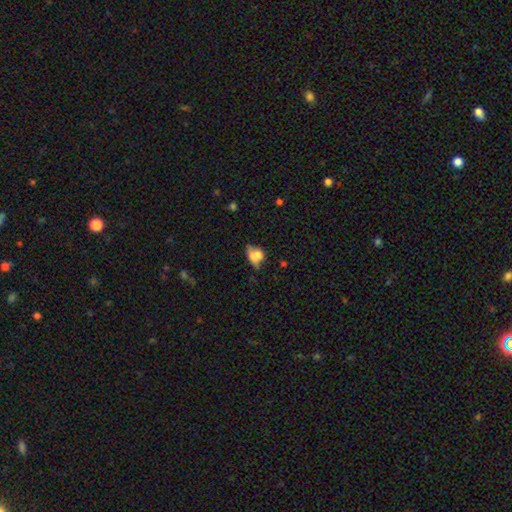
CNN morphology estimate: The model was most divided on "merging": merger: 34%, none: 30%, minor disturbance: 21%, major disturbance: 15%. More confident: how rounded — in between (69%); smooth or featured — smooth (64%).